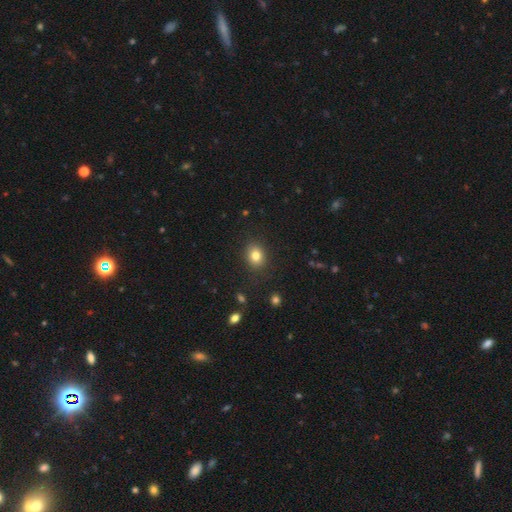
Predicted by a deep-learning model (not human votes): This appears to be a smooth galaxy with no disk features (82%) that is round (50%). Merging: none (87%).